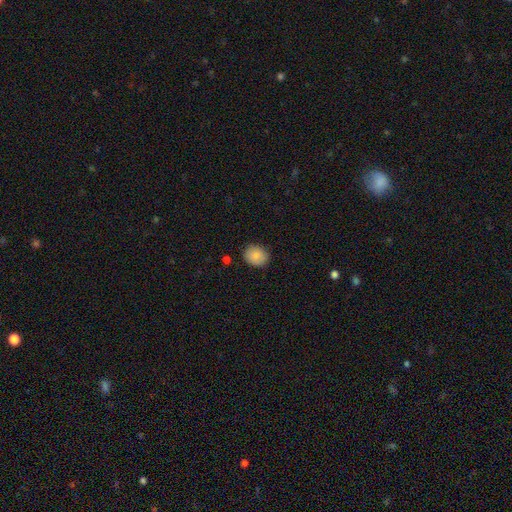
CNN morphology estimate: Overall: smooth (86%). How rounded: round (60%; in between 40%). Merging: none (84%).